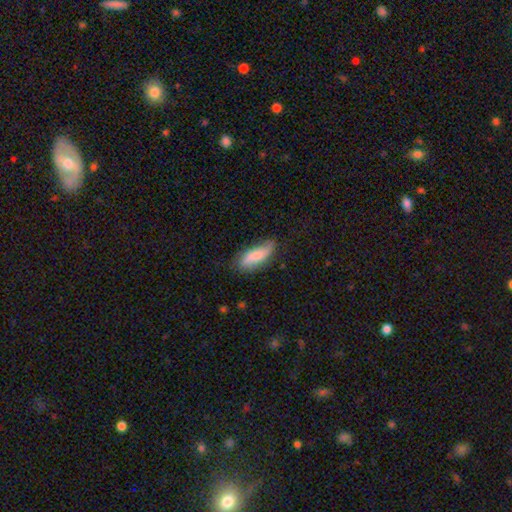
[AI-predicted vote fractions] A smooth galaxy with no disk features (72%) that is in between round and cigar-shaped (55%).

Vote fractions:
- Smooth or featured? smooth: 72% / featured or disk: 22% / star or artifact: 6%
- How rounded? in between: 55% / cigar-shaped: 43% / round: 2%
- Merging? none: 66% / minor disturbance: 26% / major disturbance: 6% / merger: 2%